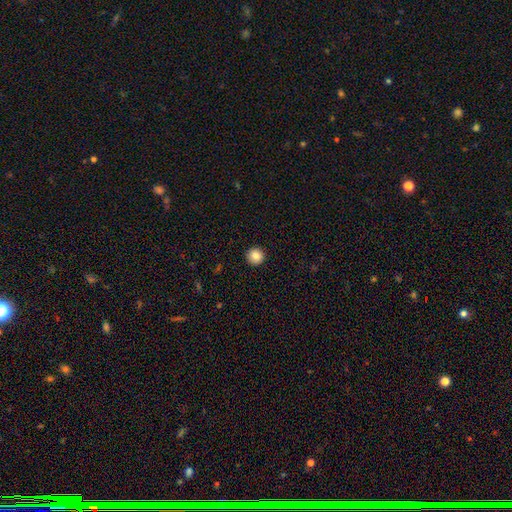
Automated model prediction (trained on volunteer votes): Overall: smooth (85%). How rounded: round (95%). Merging: none (93%).